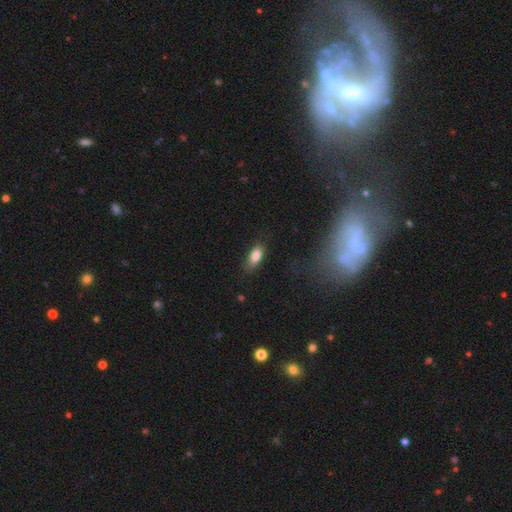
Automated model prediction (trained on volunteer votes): Smooth or featured? smooth (83%)
How rounded? in between (84%)
Merging? none (74%)